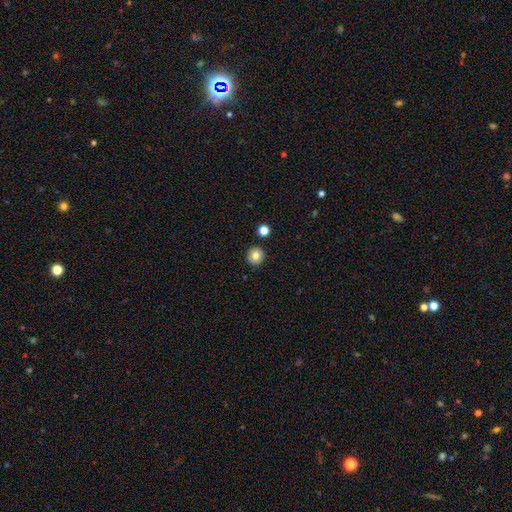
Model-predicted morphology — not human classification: This is likely a smooth galaxy (79%). How rounded: clearly round (94%). Merging: clearly none (90%).